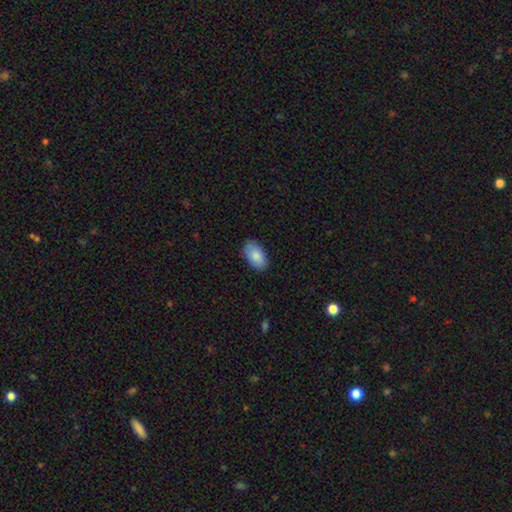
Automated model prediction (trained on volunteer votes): A smooth galaxy with no disk features (86%) that is in between round and cigar-shaped (94%).

Vote fractions:
- Smooth or featured? smooth: 86% / featured or disk: 8% / star or artifact: 6%
- How rounded? in between: 94% / round: 5% / cigar-shaped: 2%
- Merging? none: 85% / minor disturbance: 12% / major disturbance: 2% / merger: 1%